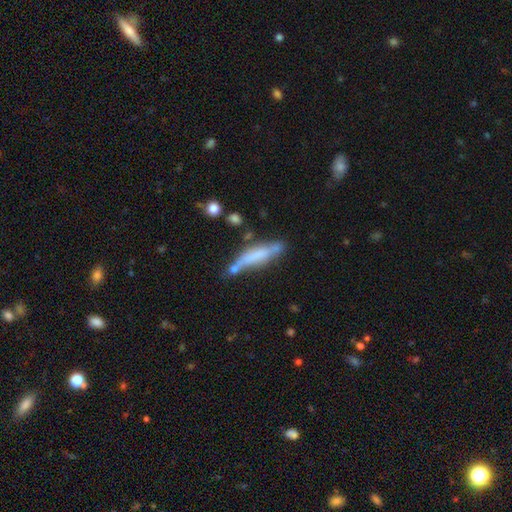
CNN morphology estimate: Smooth or featured? smooth (52%)
How rounded? cigar-shaped (82%)
Merging? none (53%)